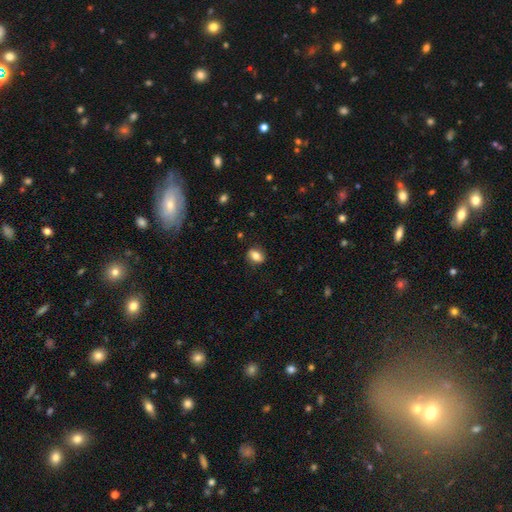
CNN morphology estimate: The model was most divided on "how rounded": in between: 74%, round: 24%, cigar-shaped: 2%. More confident: merging — none (84%); smooth or featured — smooth (79%).